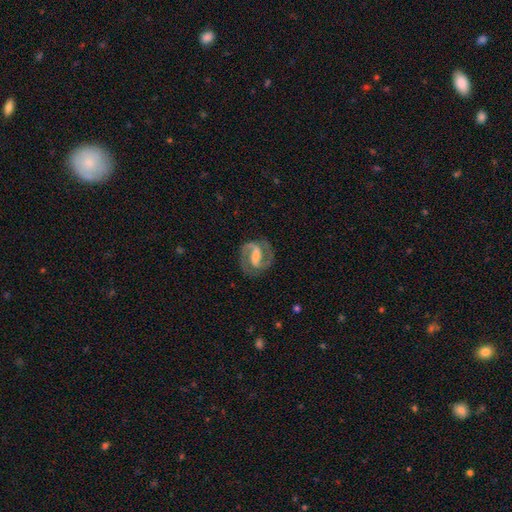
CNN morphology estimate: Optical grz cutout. It shows a featured or disk galaxy (88%) with a strong bar (51%), 2 (93%) medium (58%) spiral arms (97%) and a moderate central bulge (29%). Merging: none (82%).